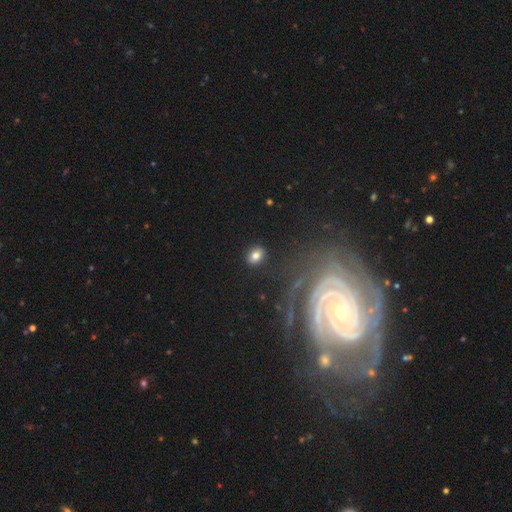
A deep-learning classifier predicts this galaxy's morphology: A smooth galaxy with no disk features (76%) that is in between round and cigar-shaped (65%). Merging: none (87%).